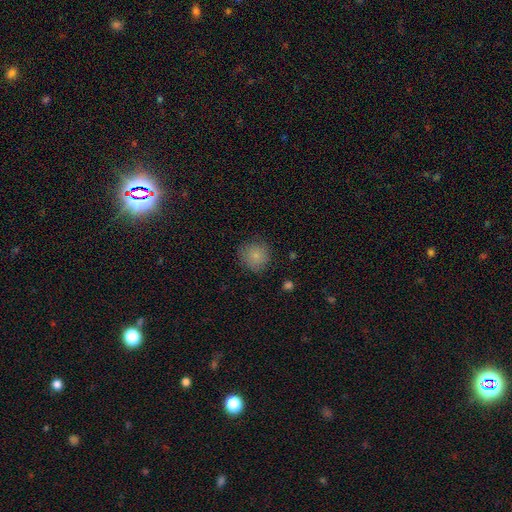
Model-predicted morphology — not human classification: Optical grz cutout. It shows a smooth galaxy with no disk features (84%) that is round (91%). Merging: none (82%).